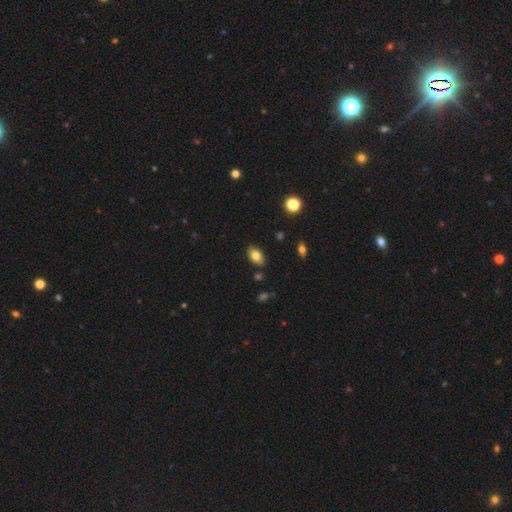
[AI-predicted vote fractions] This appears to be a smooth galaxy with no disk features (80%) that is in between round and cigar-shaped (90%). Merging: none (85%).